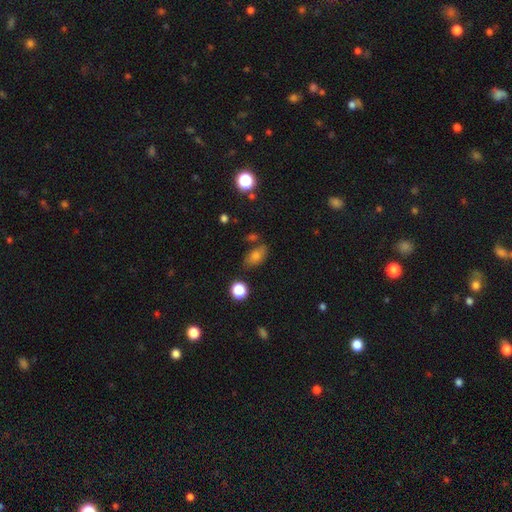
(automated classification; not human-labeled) Overall: smooth (71%). How rounded: in between (84%). Merging: none (66%).